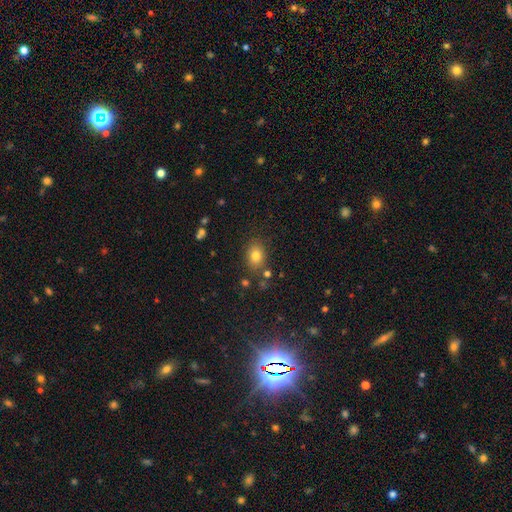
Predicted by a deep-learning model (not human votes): The model was most divided on "how rounded": in between: 65%, round: 34%, cigar-shaped: 1%. More confident: merging — none (80%); smooth or featured — smooth (79%).